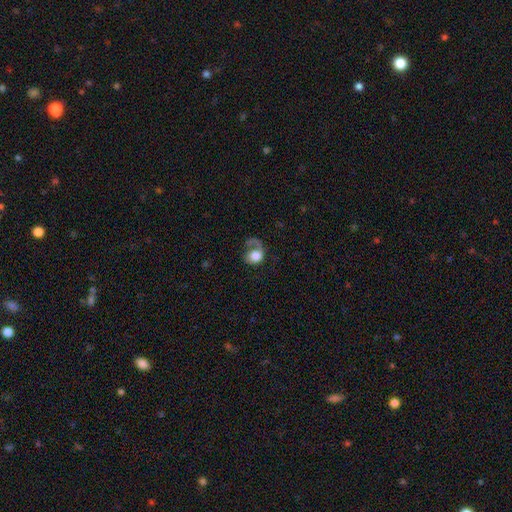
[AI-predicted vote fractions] Morphology: type=smooth (54%); roundness=round (59%); merging=major disturbance (52%).